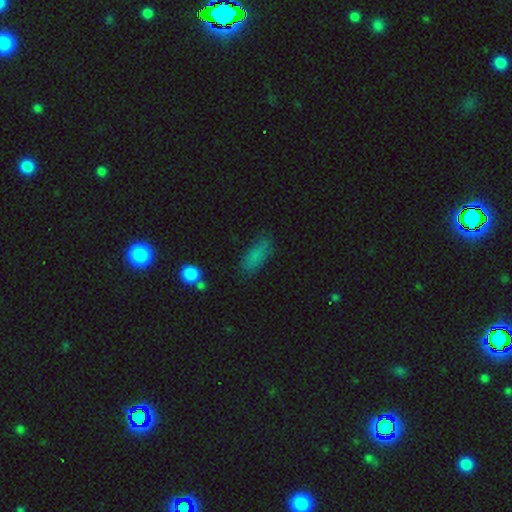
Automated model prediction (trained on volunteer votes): Overall: smooth (82%). How rounded: in between (72%). Merging: none (75%).